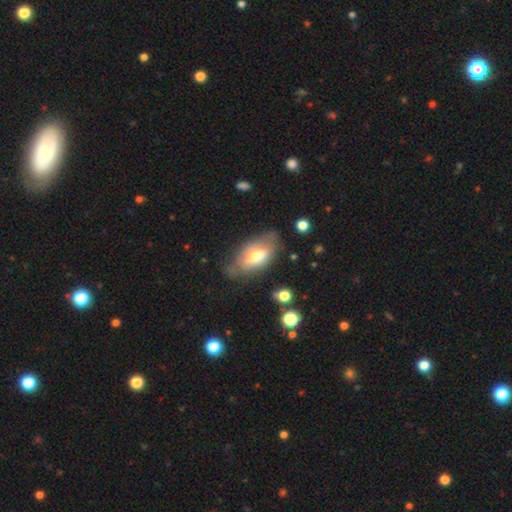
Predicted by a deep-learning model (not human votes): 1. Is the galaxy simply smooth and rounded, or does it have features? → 56% smooth, 37% featured or disk, 7% star or artifact.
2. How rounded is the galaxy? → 89% in between, 8% cigar-shaped, 3% round.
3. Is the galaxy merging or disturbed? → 51% none, 30% minor disturbance, 15% major disturbance, 3% merger.